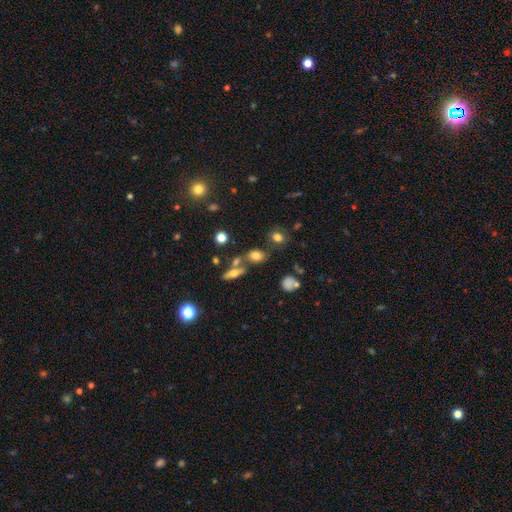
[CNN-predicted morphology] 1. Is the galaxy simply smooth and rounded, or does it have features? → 68% smooth, 17% featured or disk, 15% star or artifact.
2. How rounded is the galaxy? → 61% in between, 32% round, 7% cigar-shaped.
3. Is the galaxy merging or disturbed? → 59% none, 21% merger, 14% minor disturbance, 6% major disturbance.